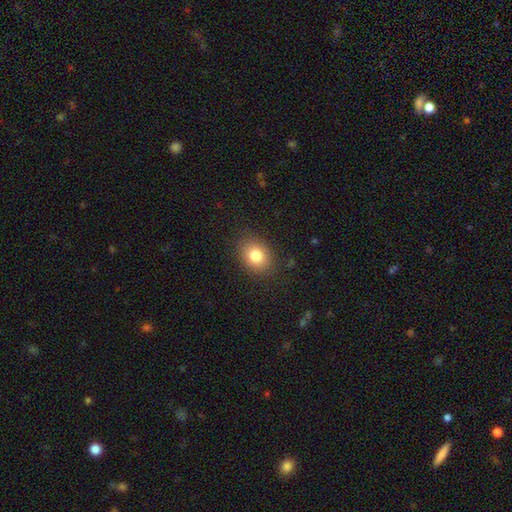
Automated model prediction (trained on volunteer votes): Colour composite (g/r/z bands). It shows a smooth galaxy with no disk features (82%) that is in between round and cigar-shaped (51%). Merging: none (85%).